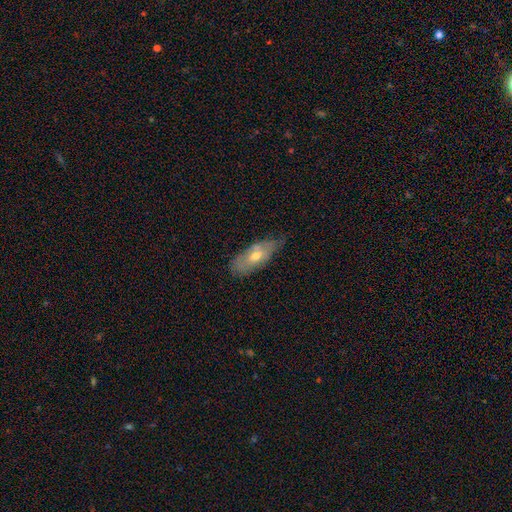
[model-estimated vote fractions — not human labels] smooth 52%, featured or disk 41%, star or artifact 7%. Down the decision tree: how rounded — in between (76%); merging — none (59%).